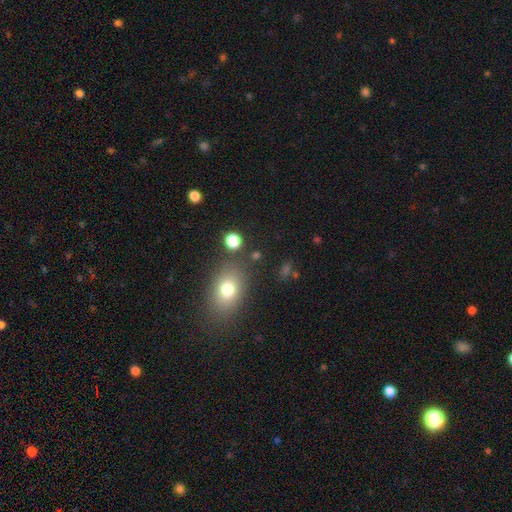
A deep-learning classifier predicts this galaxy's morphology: smooth_or_featured: smooth (p=0.66) [alt: star or artifact p=0.23]
how_rounded: round (p=0.49) [alt: in between p=0.48]
merging: none (p=0.79) [alt: minor disturbance p=0.10]